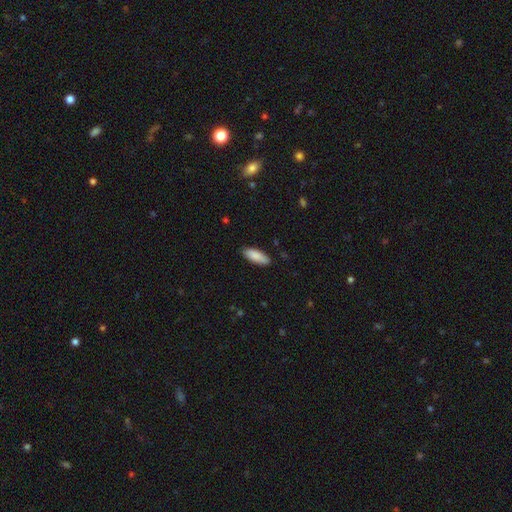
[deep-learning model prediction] Smooth or featured? Predicted: smooth (p=0.89). How rounded? Predicted: in between (p=0.73). Merging? Predicted: none (p=0.87).